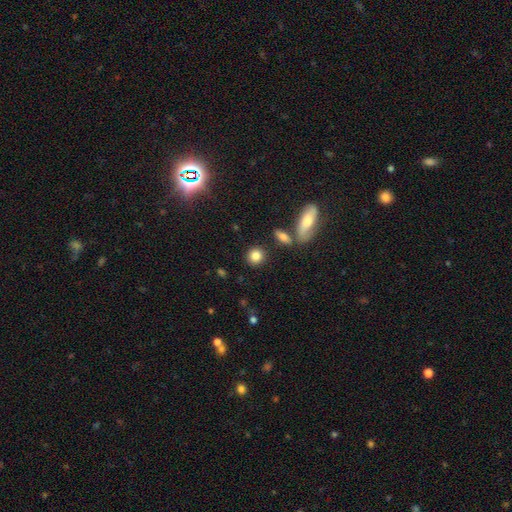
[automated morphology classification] This appears to be a smooth galaxy with no disk features (84%) that is round (81%). Merging: none (84%).